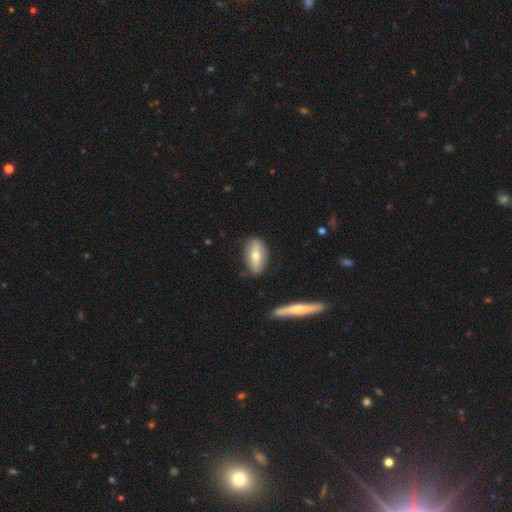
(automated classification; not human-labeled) This is possibly a smooth galaxy (49%). Merging: clearly none (82%).